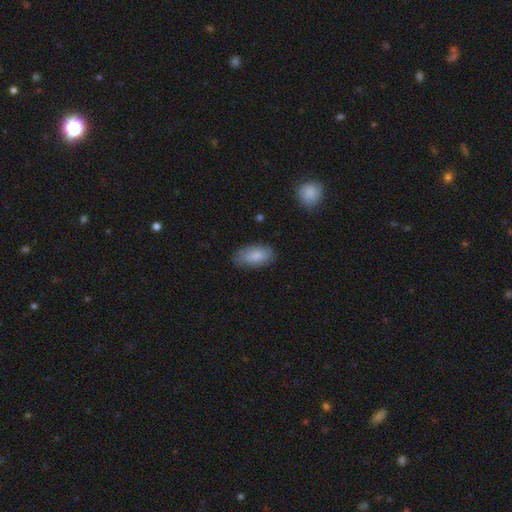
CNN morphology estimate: Smooth or featured?
  - smooth: 84% *
  - featured or disk: 10%
  - star or artifact: 6%
How rounded?
  - in between: 92% *
  - cigar-shaped: 4%
  - round: 3%
Merging?
  - none: 76% *
  - minor disturbance: 18%
  - major disturbance: 4%
  - merger: 1%